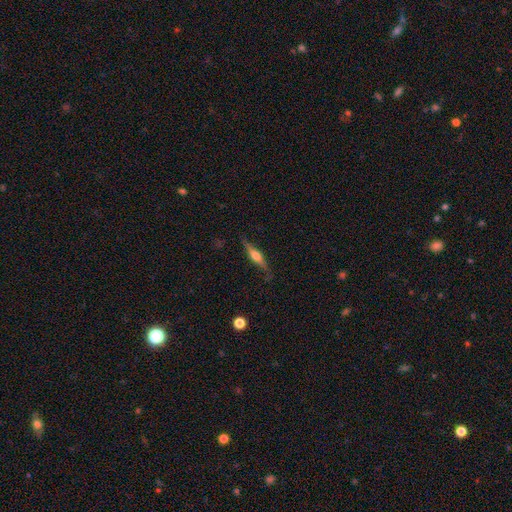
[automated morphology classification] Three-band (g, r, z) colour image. It shows a featured or disk galaxy (67%) viewed edge-on (95%) with a rounded central bulge (86%). Merging: none (79%).